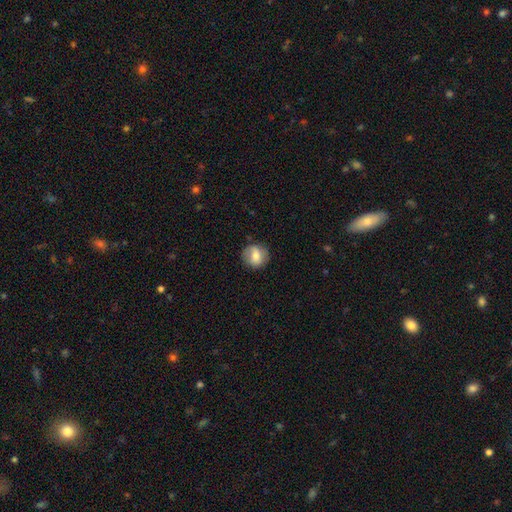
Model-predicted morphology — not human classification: smooth-or-featured: smooth: 66% | featured or disk: 26% | star or artifact: 8%
  how-rounded: round: 85% | in between: 14% | cigar-shaped: 1%
  merging: none: 81% | minor disturbance: 14% | major disturbance: 4% | merger: 1%